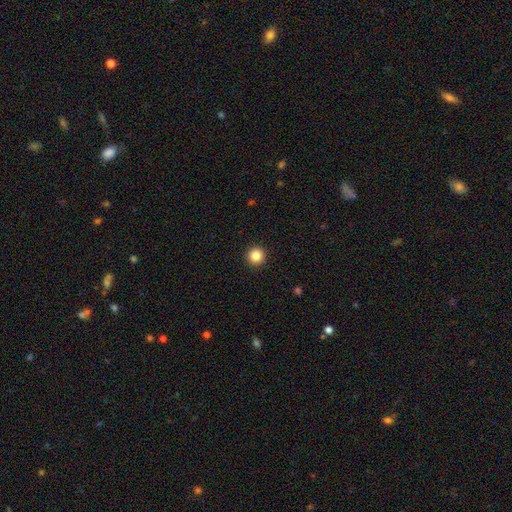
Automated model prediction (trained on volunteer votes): smooth_or_featured: smooth (p=0.85) [alt: star or artifact p=0.11]
how_rounded: round (p=0.96) [alt: in between p=0.03]
merging: none (p=0.94) [alt: minor disturbance p=0.04]